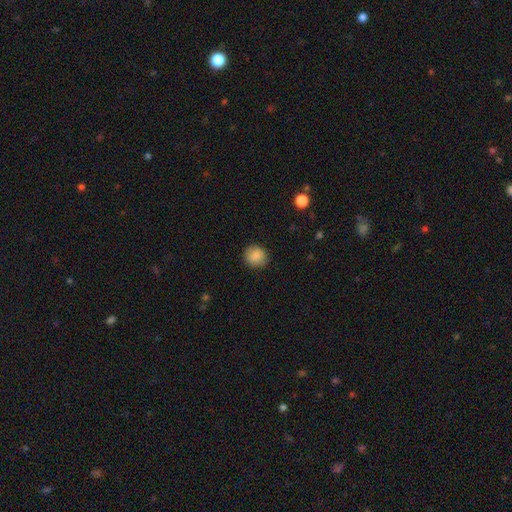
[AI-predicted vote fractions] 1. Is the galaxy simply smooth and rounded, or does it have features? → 87% smooth, 8% star or artifact, 4% featured or disk.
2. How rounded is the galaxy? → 86% round, 13% in between, 1% cigar-shaped.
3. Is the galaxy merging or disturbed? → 87% none, 9% minor disturbance, 3% major disturbance, 1% merger.